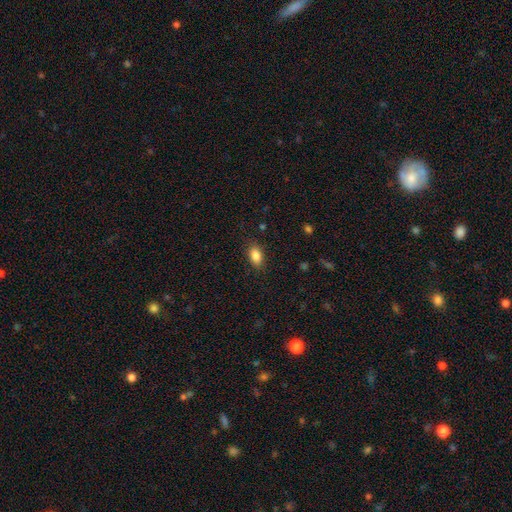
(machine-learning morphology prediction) This appears to be a smooth galaxy with no disk features (86%) that is in between round and cigar-shaped (90%). Merging: none (86%).